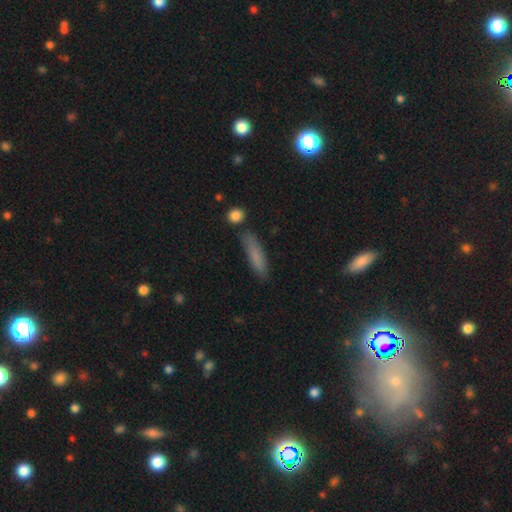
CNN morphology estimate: Smooth or featured? smooth (76%)
How rounded? cigar-shaped (80%)
Merging? none (79%)